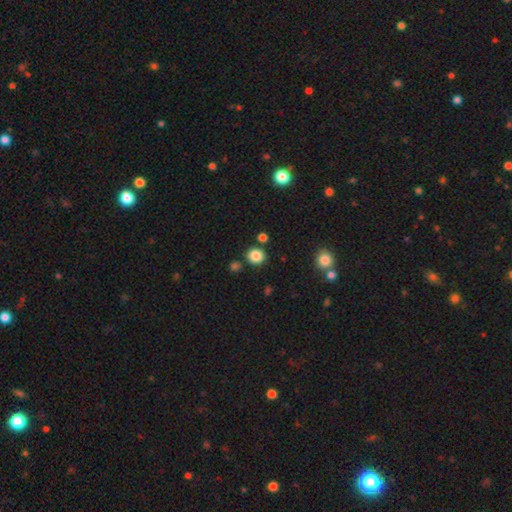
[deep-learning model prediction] smooth-or-featured: smooth: 84% | star or artifact: 11% | featured or disk: 5%
  how-rounded: round: 88% | in between: 12% | cigar-shaped: 1%
  merging: none: 84% | minor disturbance: 7% | merger: 6% | major disturbance: 2%